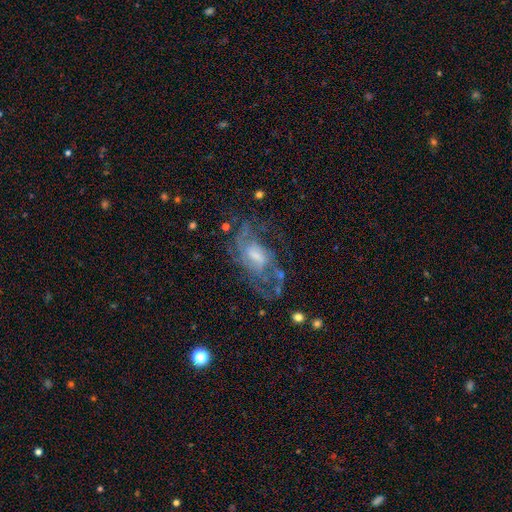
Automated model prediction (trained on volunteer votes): Overall: featured or disk (77%). Edge-on disk: no (95%). Bar: weak (49%; no 38%). Spiral arms: yes (83%). Spiral arm count: can't tell (39%; 2 26%). Spiral winding: medium (45%; loose 28%). Bulge size: moderate (42%; small 30%). Merging: none (46%; major disturbance 30%).